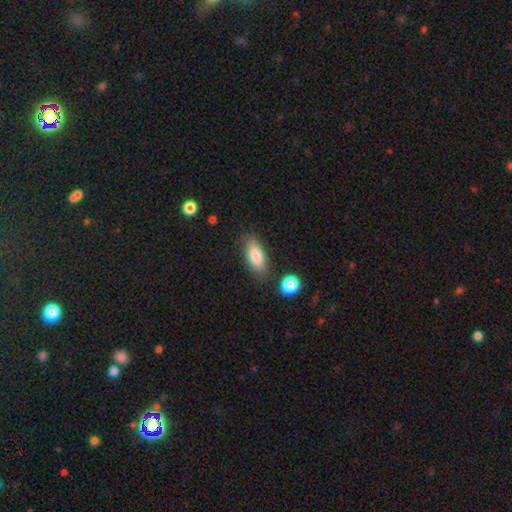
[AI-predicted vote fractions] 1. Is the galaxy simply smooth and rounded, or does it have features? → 85% smooth, 9% featured or disk, 7% star or artifact.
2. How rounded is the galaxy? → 81% in between, 16% cigar-shaped, 3% round.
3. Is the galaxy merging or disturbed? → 82% none, 11% minor disturbance, 4% merger, 3% major disturbance.